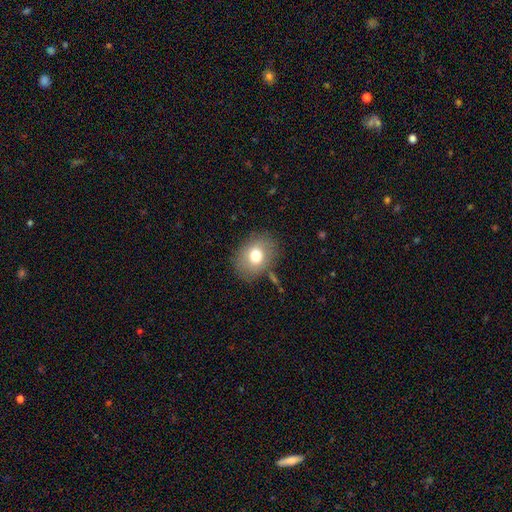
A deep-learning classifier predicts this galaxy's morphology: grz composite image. It shows a smooth galaxy with no disk features (73%) that is in between round and cigar-shaped (57%). Merging: none (77%).